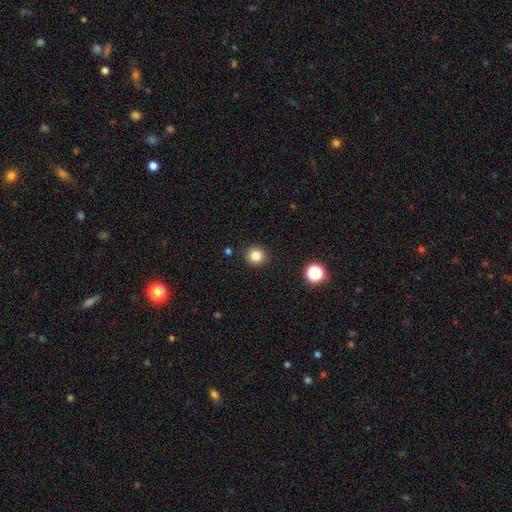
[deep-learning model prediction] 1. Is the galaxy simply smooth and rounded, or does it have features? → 83% smooth, 12% star or artifact, 5% featured or disk.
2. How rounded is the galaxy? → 93% round, 6% in between, 1% cigar-shaped.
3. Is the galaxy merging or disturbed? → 91% none, 5% minor disturbance, 2% major disturbance, 2% merger.